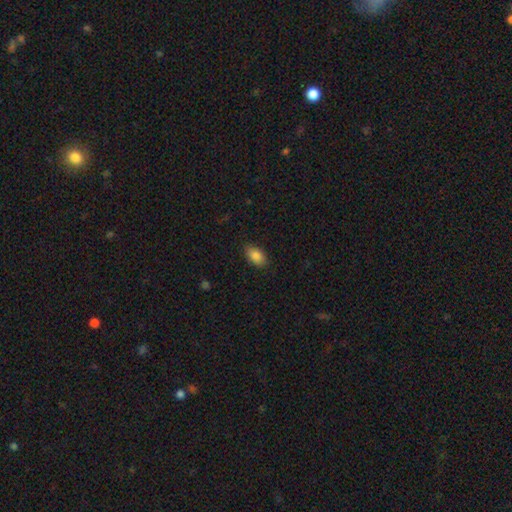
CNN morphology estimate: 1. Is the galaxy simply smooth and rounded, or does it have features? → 87% smooth, 8% star or artifact, 5% featured or disk.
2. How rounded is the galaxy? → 92% in between, 6% round, 3% cigar-shaped.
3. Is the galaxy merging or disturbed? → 85% none, 12% minor disturbance, 3% major disturbance, 1% merger.